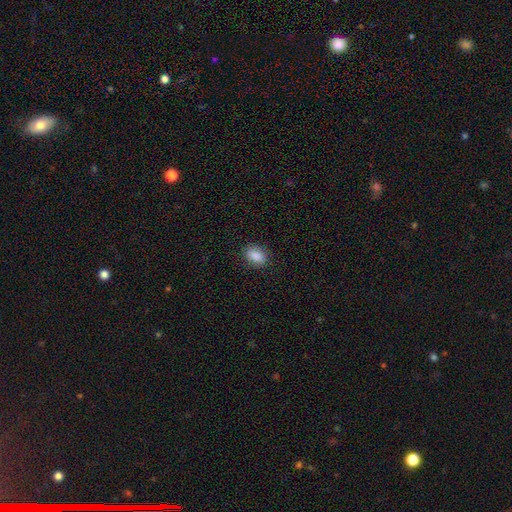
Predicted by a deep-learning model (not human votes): smooth 88%, star or artifact 8%, featured or disk 4%. Down the decision tree: how rounded — in between (81%); merging — none (87%).